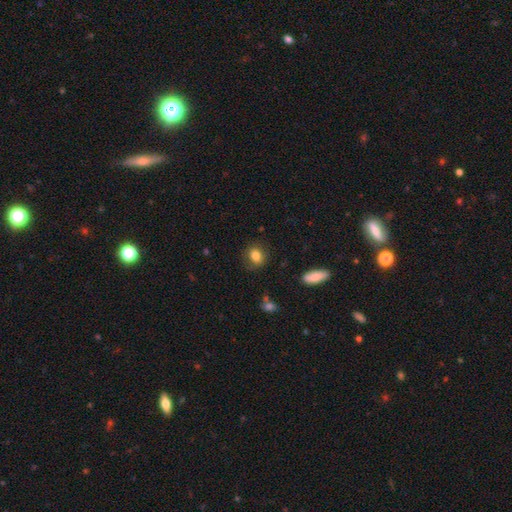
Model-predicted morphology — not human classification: The model was most divided on "how rounded": in between: 51%, round: 47%, cigar-shaped: 2%. More confident: smooth or featured — smooth (83%); merging — none (80%).